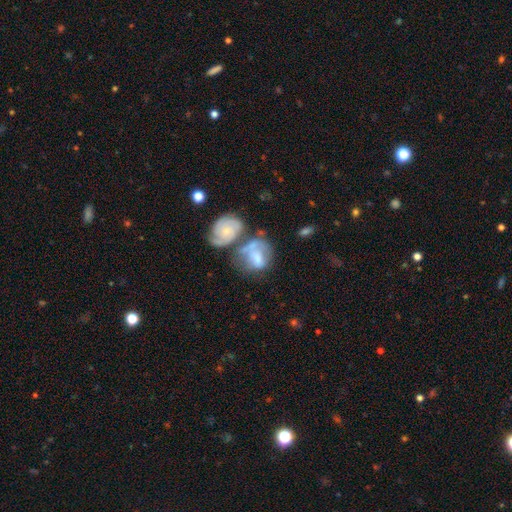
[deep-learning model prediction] Q: Smooth or featured?
A: featured or disk (53%); runner-up: smooth (40%)
Q: Edge-on disk?
A: no (96%); runner-up: yes (4%)
Q: Bar?
A: no (64%); runner-up: weak (27%)
Q: Spiral arms?
A: yes (66%); runner-up: no (34%)
Q: Bulge size?
A: small (45%); runner-up: moderate (32%)
Q: Merging?
A: merger (46%); runner-up: none (22%)